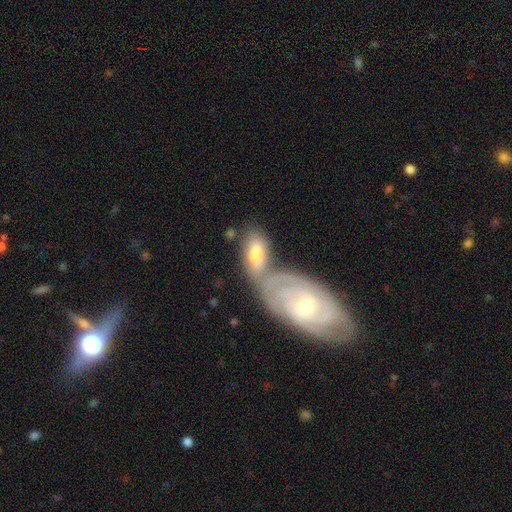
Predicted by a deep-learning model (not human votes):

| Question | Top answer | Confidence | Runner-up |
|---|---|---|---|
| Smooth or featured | smooth | 60% | featured or disk (35%) |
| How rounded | in between | 86% | cigar-shaped (11%) |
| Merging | merger | 51% | none (29%) |